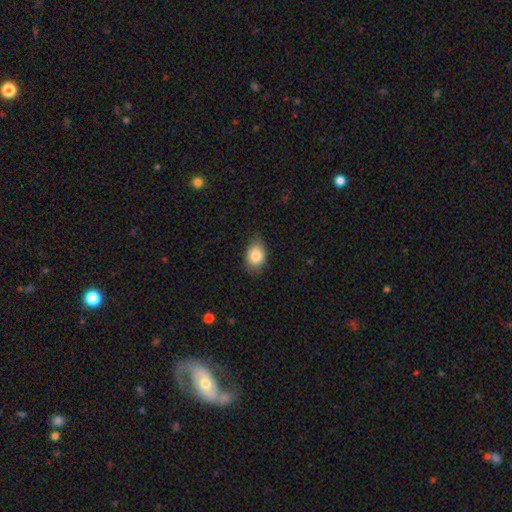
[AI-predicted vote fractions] Overall: smooth (84%). How rounded: in between (74%). Merging: none (74%).